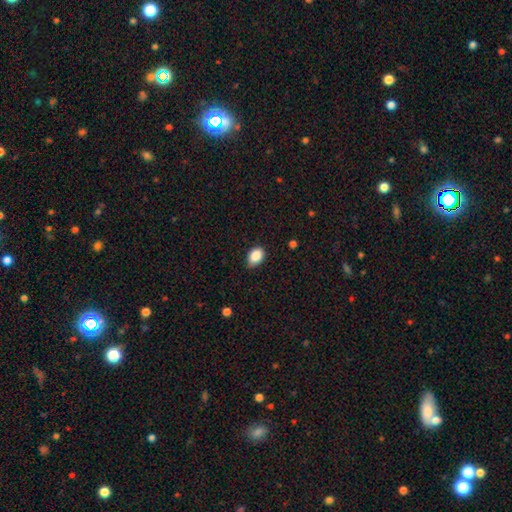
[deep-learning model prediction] Smooth or featured? Predicted: smooth (p=0.88). How rounded? Predicted: in between (p=0.83). Merging? Predicted: none (p=0.76).